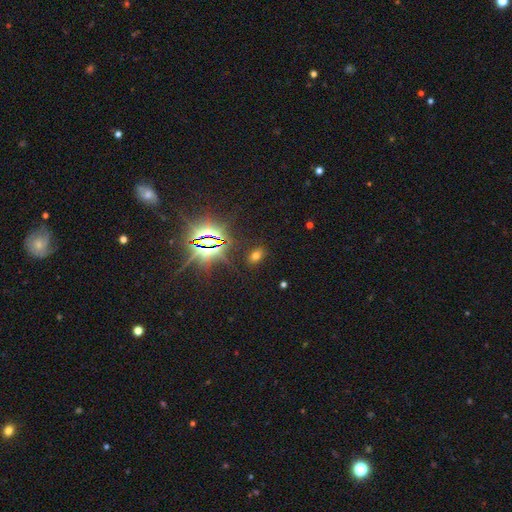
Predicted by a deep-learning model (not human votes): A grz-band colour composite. It shows a smooth galaxy with no disk features (52%) that is in between round and cigar-shaped (82%). Merging: none (85%).